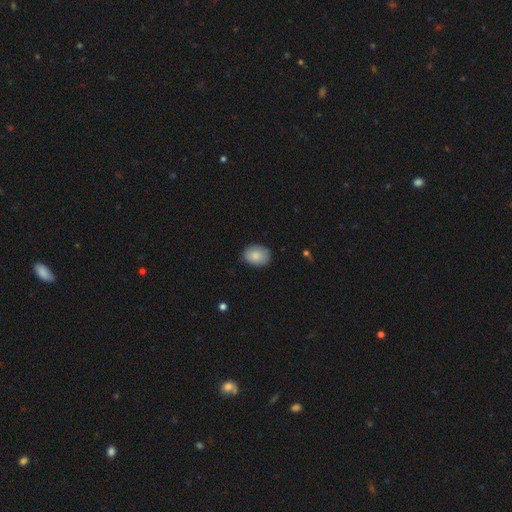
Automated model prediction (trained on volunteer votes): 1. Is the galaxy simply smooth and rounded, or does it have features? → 85% smooth, 8% featured or disk, 7% star or artifact.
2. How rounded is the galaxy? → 68% in between, 31% round, 1% cigar-shaped.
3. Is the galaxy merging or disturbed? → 82% none, 15% minor disturbance, 3% major disturbance, 1% merger.